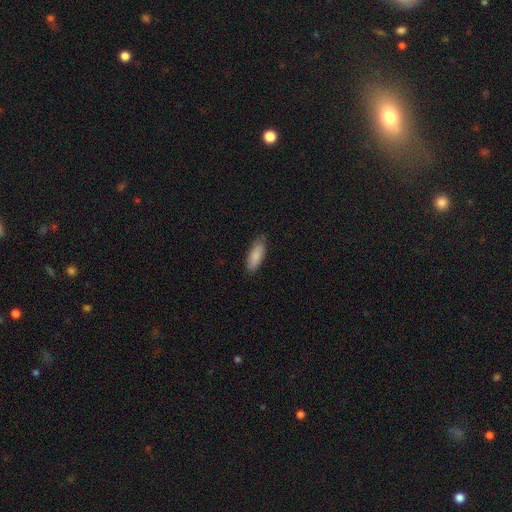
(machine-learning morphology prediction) This is clearly a smooth galaxy (85%). How rounded: likely in between (72%). Merging: likely none (79%).